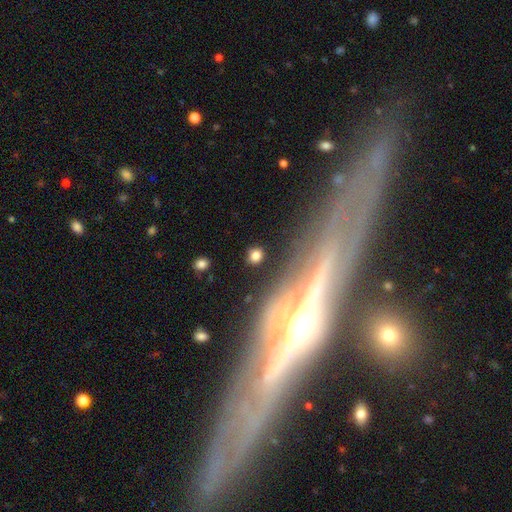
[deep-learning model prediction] Smooth or featured: smooth — 77% (star or artifact — 13%)
How rounded: round — 78% (in between — 20%)
Merging: none — 86% (minor disturbance — 8%)